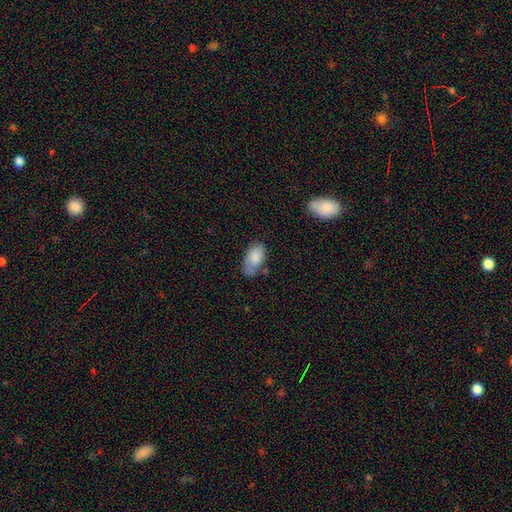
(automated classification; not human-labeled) smooth 81%, featured or disk 12%, star or artifact 7%. Down the decision tree: how rounded — in between (94%); merging — none (53%).